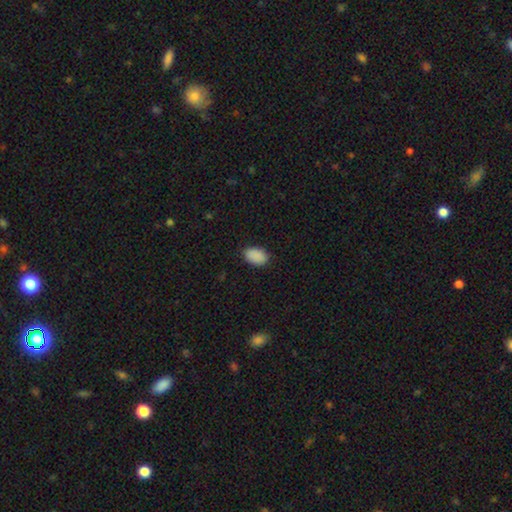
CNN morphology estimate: smooth 90%, star or artifact 8%, featured or disk 3%. Down the decision tree: how rounded — in between (90%); merging — none (86%).